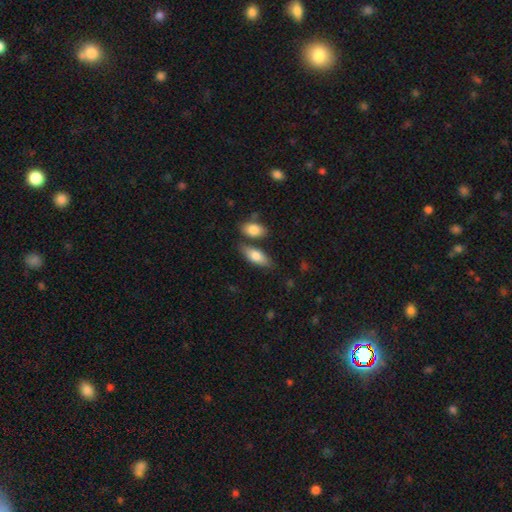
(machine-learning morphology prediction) The model was most divided on "how rounded": in between: 75%, cigar-shaped: 22%, round: 3%. More confident: smooth or featured — smooth (77%); merging — none (69%).